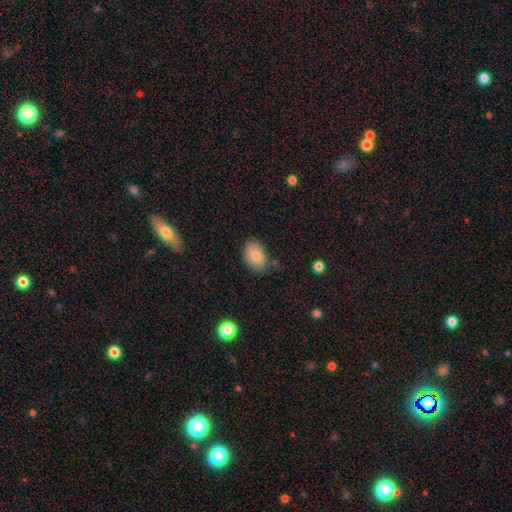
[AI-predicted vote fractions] Q: Smooth or featured?
A: smooth (81%); runner-up: featured or disk (12%)
Q: How rounded?
A: in between (85%); runner-up: round (14%)
Q: Merging?
A: none (75%); runner-up: minor disturbance (19%)